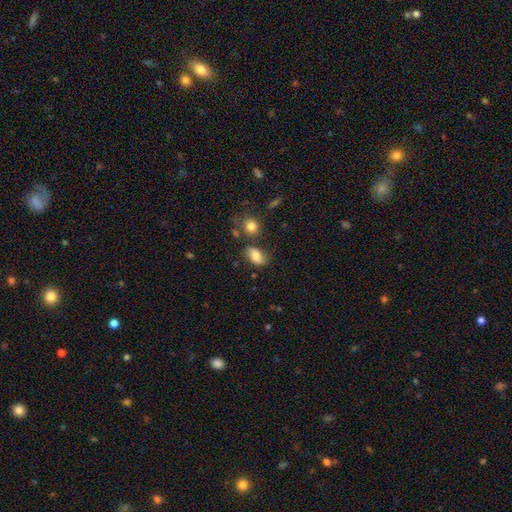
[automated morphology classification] Smooth or featured?
  - smooth: 72% *
  - featured or disk: 19%
  - star or artifact: 9%
How rounded?
  - in between: 86% *
  - round: 11%
  - cigar-shaped: 3%
Merging?
  - none: 66% *
  - minor disturbance: 21%
  - merger: 7%
  - major disturbance: 7%